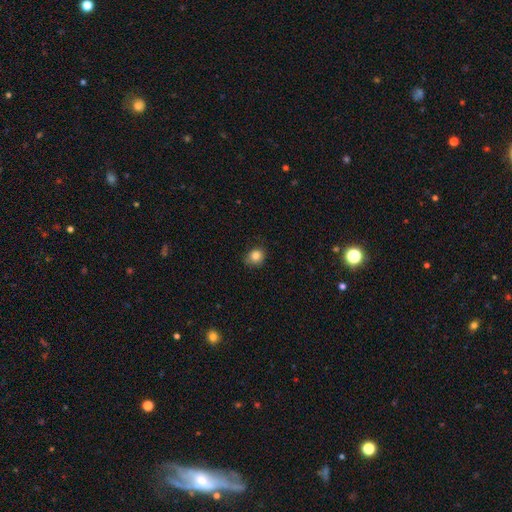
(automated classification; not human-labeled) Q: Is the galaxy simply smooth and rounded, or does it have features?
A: smooth — 83%.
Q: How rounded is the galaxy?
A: round — 80%.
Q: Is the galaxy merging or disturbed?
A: none — 76%.